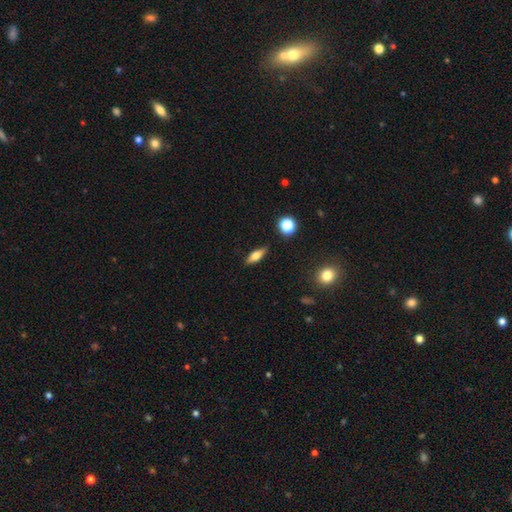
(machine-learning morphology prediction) Q: Smooth or featured?
A: smooth (52%); runner-up: featured or disk (39%)
Q: How rounded?
A: in between (55%); runner-up: cigar-shaped (39%)
Q: Merging?
A: none (86%); runner-up: minor disturbance (10%)